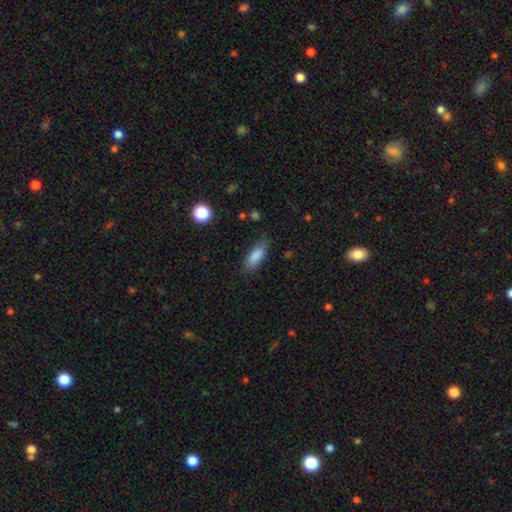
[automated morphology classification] Q: Smooth or featured?
A: smooth (85%); runner-up: star or artifact (7%)
Q: How rounded?
A: in between (74%); runner-up: cigar-shaped (23%)
Q: Merging?
A: none (73%); runner-up: minor disturbance (20%)